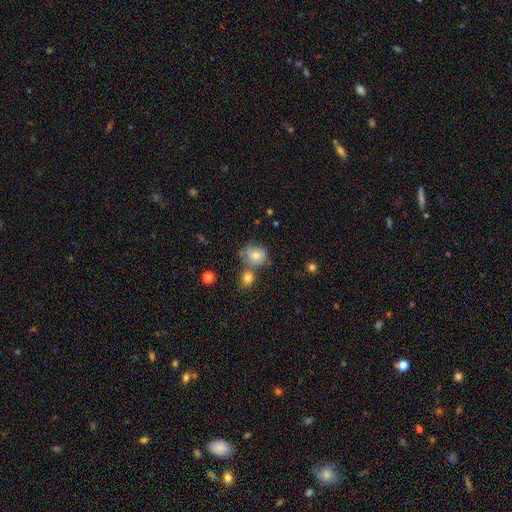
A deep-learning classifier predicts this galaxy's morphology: This is likely a smooth galaxy (64%). How rounded: likely round (73%). Merging: marginally none (44%).